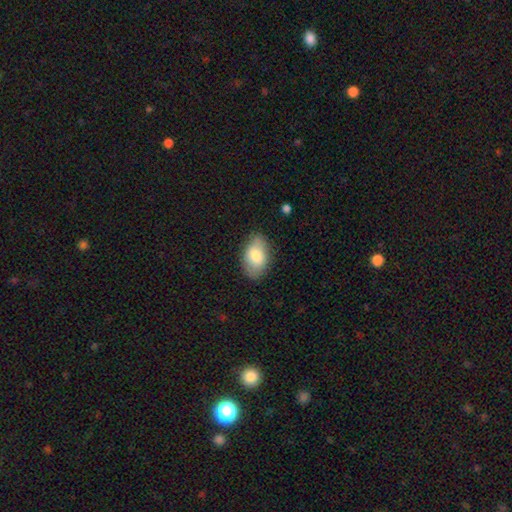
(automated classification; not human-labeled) Morphology: type=smooth (77%); roundness=in between (91%); merging=none (79%).